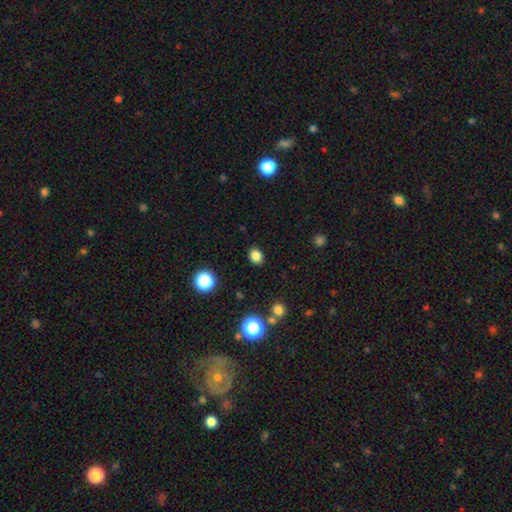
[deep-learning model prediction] Smooth or featured: smooth — 83% (star or artifact — 13%)
How rounded: round — 51% (in between — 48%)
Merging: none — 88% (minor disturbance — 8%)